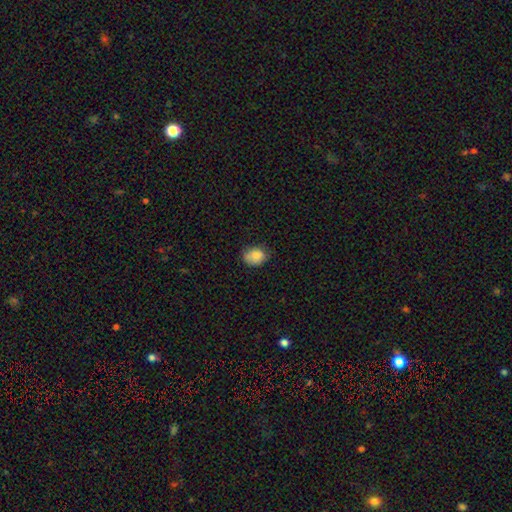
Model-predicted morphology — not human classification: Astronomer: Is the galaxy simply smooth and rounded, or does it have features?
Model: smooth — 85%.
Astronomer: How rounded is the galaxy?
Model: in between — 56% (runner-up: round, 43%).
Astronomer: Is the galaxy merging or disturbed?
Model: none — 67%.